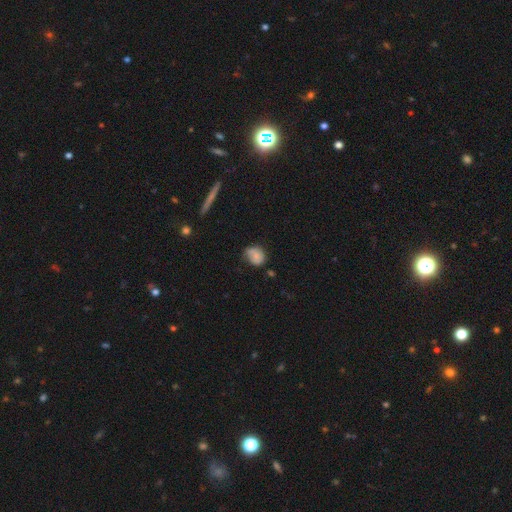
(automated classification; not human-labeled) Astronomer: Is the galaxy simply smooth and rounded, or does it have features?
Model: smooth — 69%.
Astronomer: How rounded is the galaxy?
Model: round — 57% (runner-up: in between, 42%).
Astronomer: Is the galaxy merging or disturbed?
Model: none — 48% (runner-up: minor disturbance, 34%).